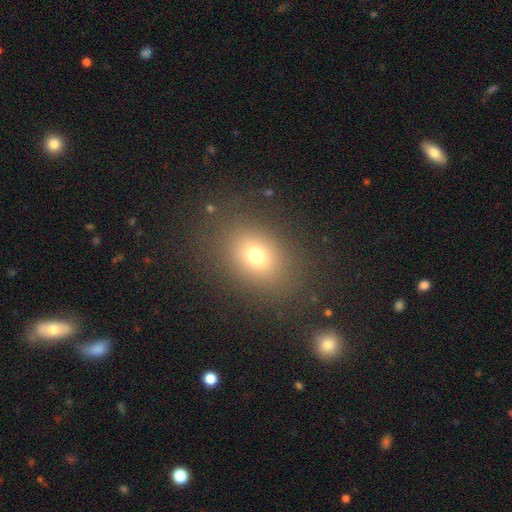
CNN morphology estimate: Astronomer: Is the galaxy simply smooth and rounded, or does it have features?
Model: smooth — 70%.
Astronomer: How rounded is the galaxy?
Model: in between — 61% (runner-up: round, 38%).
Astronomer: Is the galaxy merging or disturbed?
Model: none — 82%.